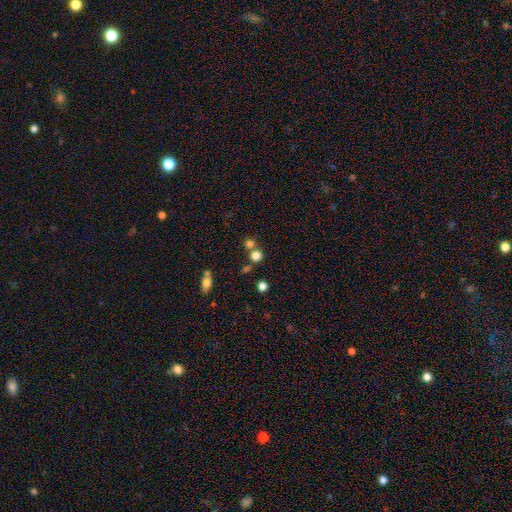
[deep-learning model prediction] Smooth or featured: smooth — 77% (star or artifact — 16%)
How rounded: round — 89% (in between — 10%)
Merging: none — 61% (merger — 29%)